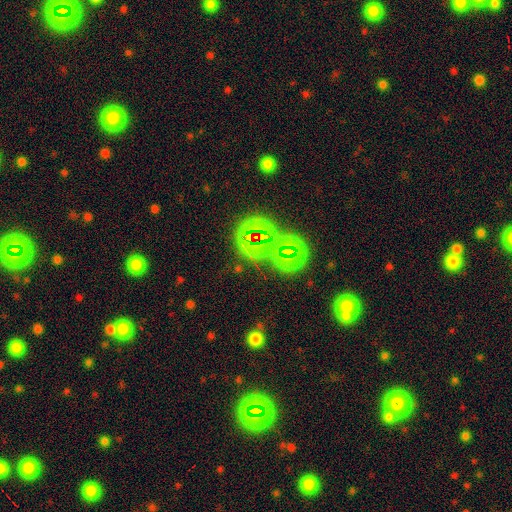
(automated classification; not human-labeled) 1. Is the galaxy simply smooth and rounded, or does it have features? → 57% star or artifact, 27% smooth, 17% featured or disk.